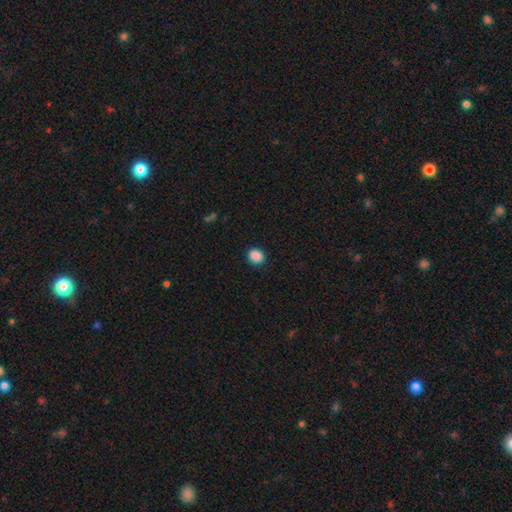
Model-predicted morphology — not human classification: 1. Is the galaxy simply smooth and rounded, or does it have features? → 89% smooth, 9% star or artifact, 2% featured or disk.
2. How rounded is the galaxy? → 68% round, 31% in between, 1% cigar-shaped.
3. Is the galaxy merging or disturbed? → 89% none, 8% minor disturbance, 2% major disturbance, 1% merger.